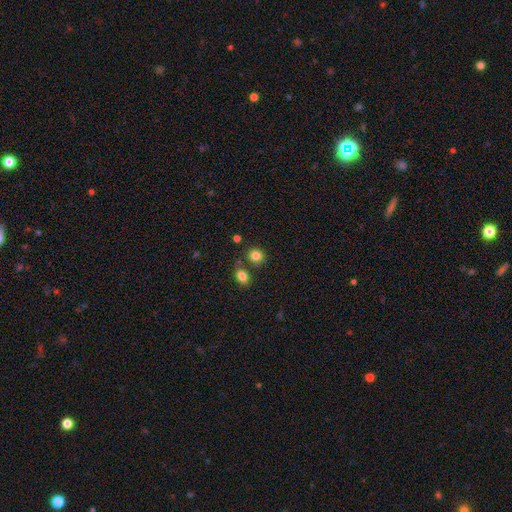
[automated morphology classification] The model was most divided on "how rounded": round: 75%, in between: 24%, cigar-shaped: 1%. More confident: smooth or featured — smooth (83%); merging — none (73%).